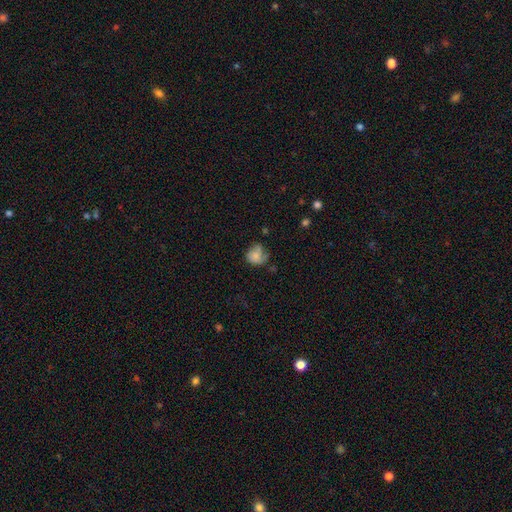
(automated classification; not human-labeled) Q: Smooth or featured?
A: smooth (66%); runner-up: featured or disk (24%)
Q: How rounded?
A: round (62%); runner-up: in between (37%)
Q: Merging?
A: none (41%); runner-up: minor disturbance (32%)